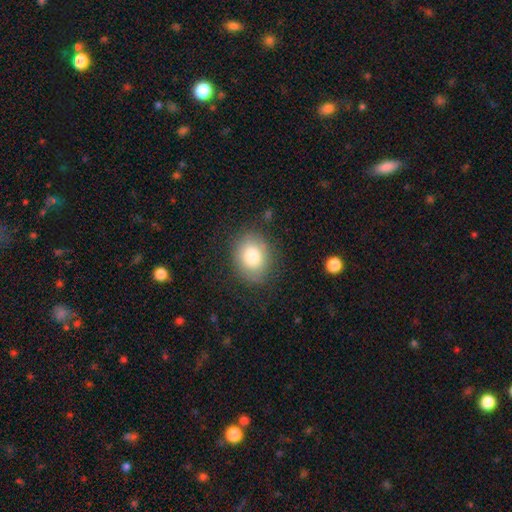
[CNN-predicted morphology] smooth-or-featured: smooth: 79% | featured or disk: 12% | star or artifact: 9%
  how-rounded: in between: 54% | round: 45% | cigar-shaped: 1%
  merging: none: 83% | minor disturbance: 12% | major disturbance: 4% | merger: 1%